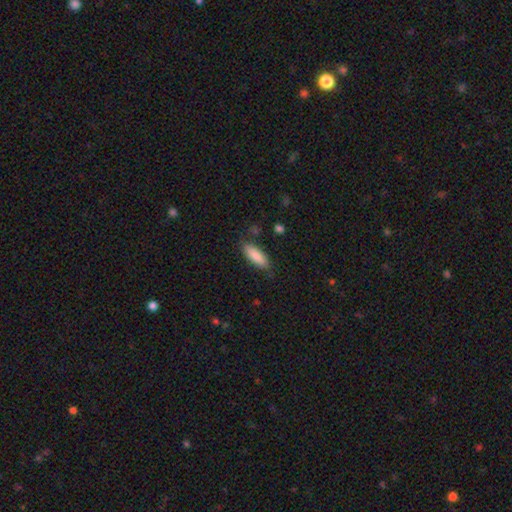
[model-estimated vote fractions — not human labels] The model was most divided on "how rounded": in between: 69%, cigar-shaped: 30%, round: 2%. More confident: smooth or featured — smooth (88%); merging — none (81%).